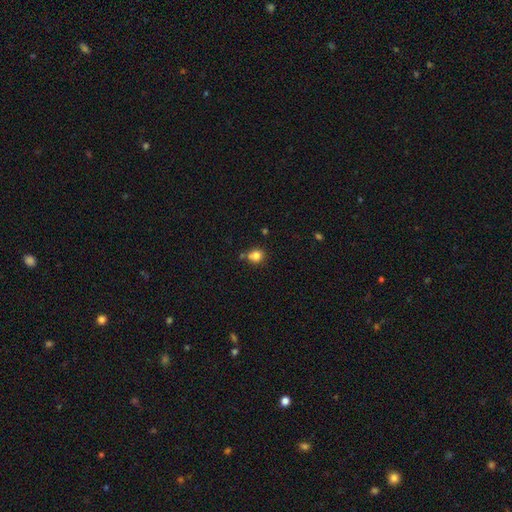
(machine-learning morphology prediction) smooth-or-featured: smooth: 82% | star or artifact: 11% | featured or disk: 7%
  how-rounded: round: 80% | in between: 19% | cigar-shaped: 1%
  merging: none: 65% | merger: 16% | minor disturbance: 15% | major disturbance: 4%